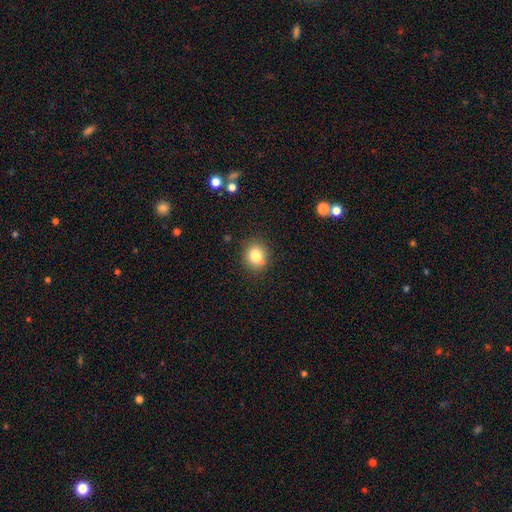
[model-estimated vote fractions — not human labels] Overall: smooth (81%). How rounded: round (82%). Merging: none (84%).